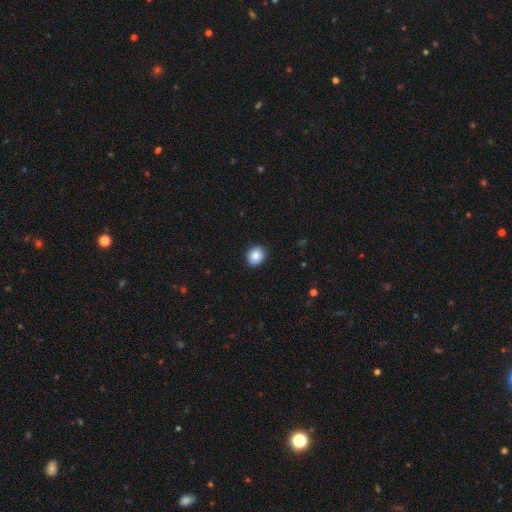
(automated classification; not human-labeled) This appears to be a smooth galaxy with no disk features (87%) that is round (70%). Merging: none (90%).